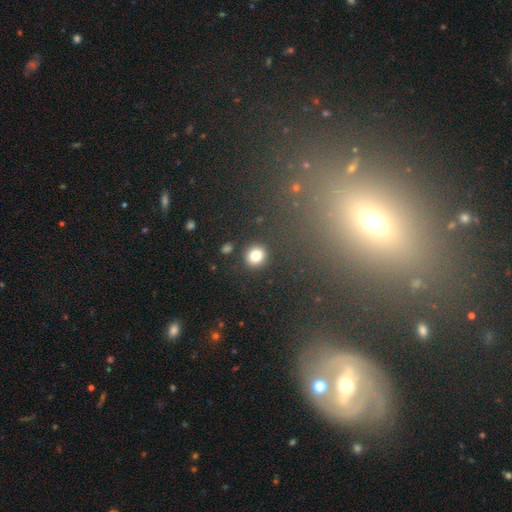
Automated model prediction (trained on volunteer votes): This is clearly a smooth galaxy (81%). How rounded: clearly round (85%). Merging: clearly none (89%).